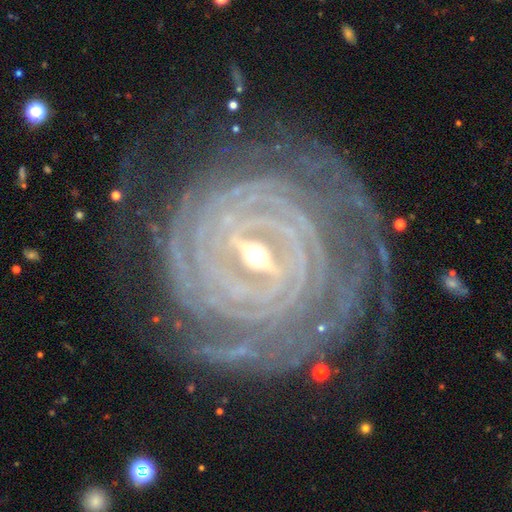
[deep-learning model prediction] Q: Smooth or featured?
A: featured or disk (90%); runner-up: star or artifact (6%)
Q: Edge-on disk?
A: no (97%); runner-up: yes (3%)
Q: Bar?
A: strong (51%); runner-up: weak (38%)
Q: Spiral arms?
A: yes (97%); runner-up: no (3%)
Q: Spiral winding?
A: tight (89%); runner-up: medium (9%)
Q: Spiral arm count?
A: more than 4 (26%); runner-up: can't tell (24%)
Q: Bulge size?
A: small (55%); runner-up: moderate (41%)
Q: Merging?
A: none (78%); runner-up: minor disturbance (13%)